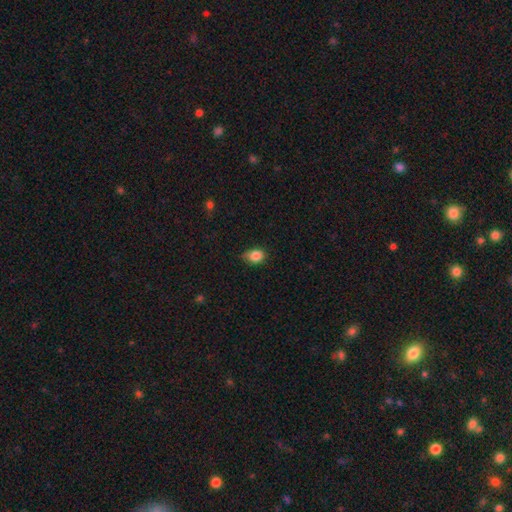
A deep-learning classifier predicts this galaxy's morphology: Smooth or featured? smooth (84%)
How rounded? in between (52%)
Merging? none (61%)